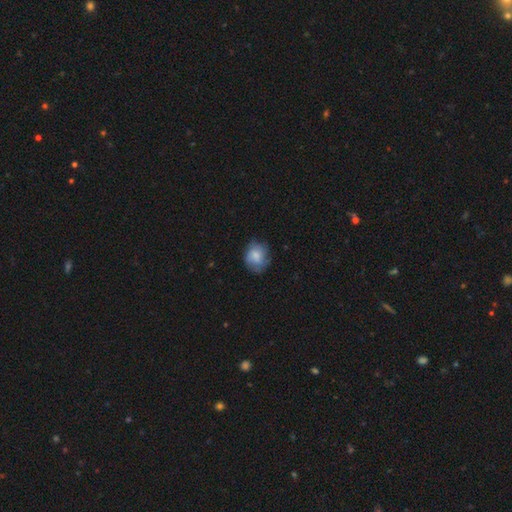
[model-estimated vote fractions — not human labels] Smooth or featured: smooth — 71% (featured or disk — 21%)
How rounded: round — 60% (in between — 39%)
Merging: none — 66% (minor disturbance — 24%)